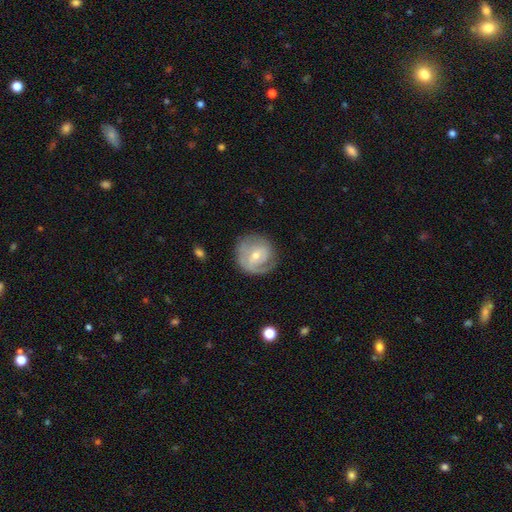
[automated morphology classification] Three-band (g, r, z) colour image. It shows a featured or disk galaxy (71%) with a weak bar (46%), 2 (45%) tight (55%) spiral arms (82%) and a small central bulge (56%). Merging: none (71%).